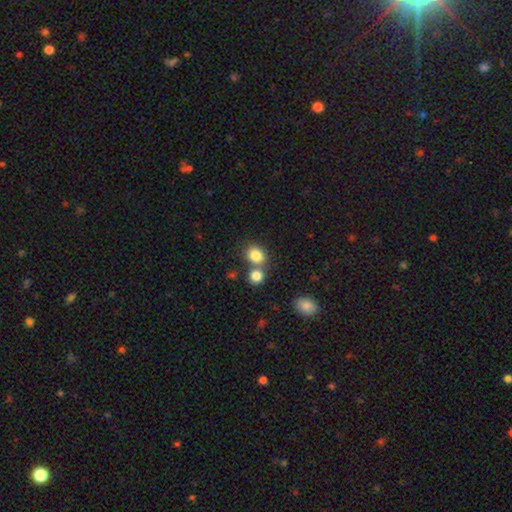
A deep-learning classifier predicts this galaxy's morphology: smooth 82%, star or artifact 11%, featured or disk 7%. Down the decision tree: how rounded — round (66%); merging — none (56%).